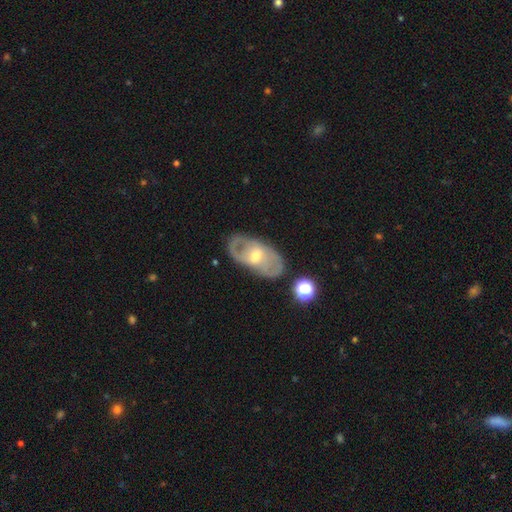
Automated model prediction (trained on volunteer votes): Morphology: type=featured or disk (73%); edge-on=no (91%); bar=no (46%); spiral arms=yes (69%); bulge=moderate (61%); merging=none (75%).